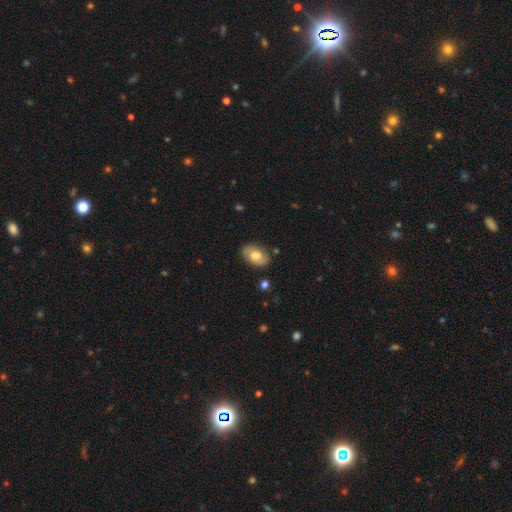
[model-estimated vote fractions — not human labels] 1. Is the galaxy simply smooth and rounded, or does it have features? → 60% smooth, 33% featured or disk, 7% star or artifact.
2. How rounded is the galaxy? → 87% in between, 12% round, 1% cigar-shaped.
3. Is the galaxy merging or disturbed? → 82% none, 13% minor disturbance, 3% major disturbance, 2% merger.